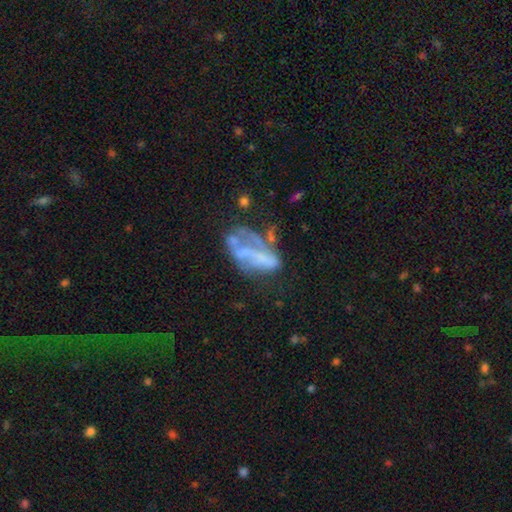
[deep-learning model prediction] Smooth or featured: featured or disk — 62% (smooth — 25%)
Edge-on disk: no — 94% (yes — 6%)
Bar: no — 68% (weak — 17%)
Spiral arms: no — 74% (yes — 26%)
Bulge size: none — 69% (small — 16%)
Merging: major disturbance — 36% (none — 27%)